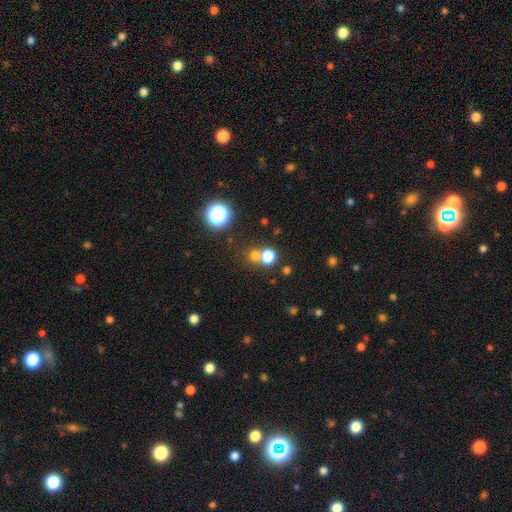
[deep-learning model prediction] Overall: smooth (70%). How rounded: round (88%). Merging: none (57%; merger 34%).